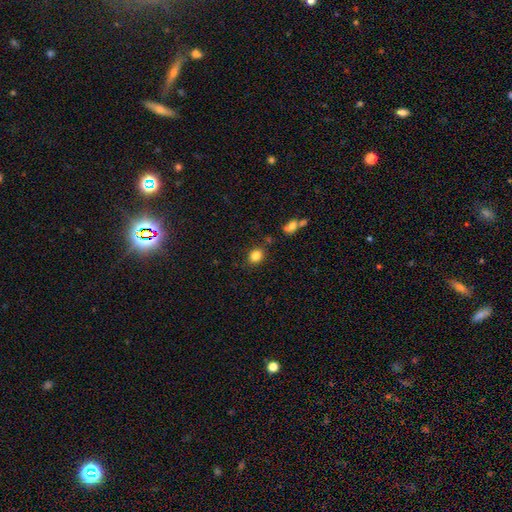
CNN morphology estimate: Overall: smooth (83%). How rounded: round (57%; in between 42%). Merging: none (83%).